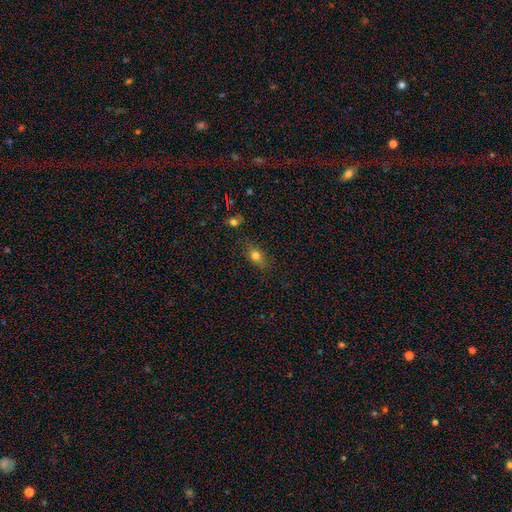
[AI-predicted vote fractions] This appears to be a smooth galaxy with no disk features (74%) that is in between round and cigar-shaped (65%). Merging: none (77%).